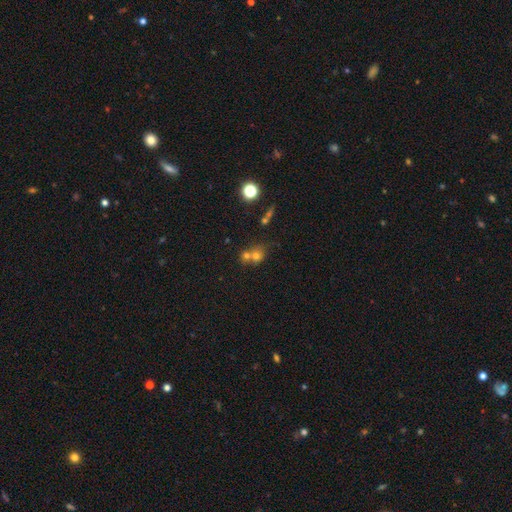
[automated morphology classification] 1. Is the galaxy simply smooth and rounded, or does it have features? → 65% smooth, 19% star or artifact, 16% featured or disk.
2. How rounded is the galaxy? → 76% round, 23% in between, 1% cigar-shaped.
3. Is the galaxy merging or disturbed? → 53% merger, 36% none, 7% minor disturbance, 4% major disturbance.